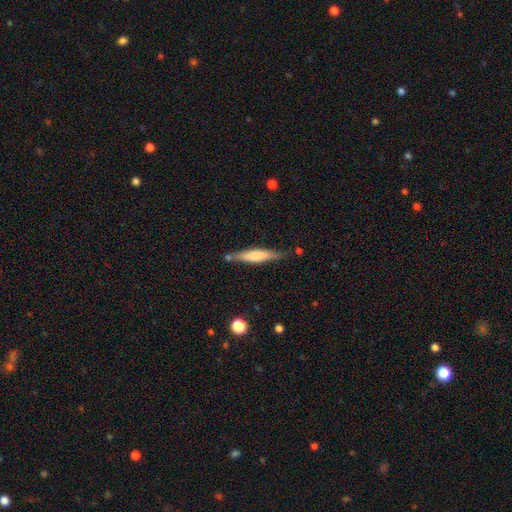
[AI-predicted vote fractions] This appears to be a smooth galaxy with no disk features (56%) that is cigar-shaped (87%). Merging: none (78%).